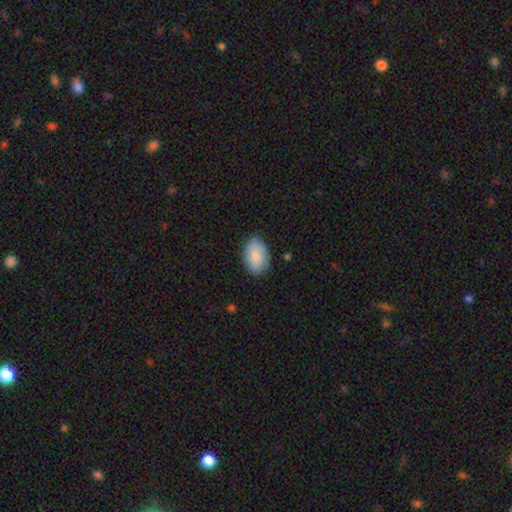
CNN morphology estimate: Overall: smooth (84%). How rounded: in between (90%). Merging: none (82%).